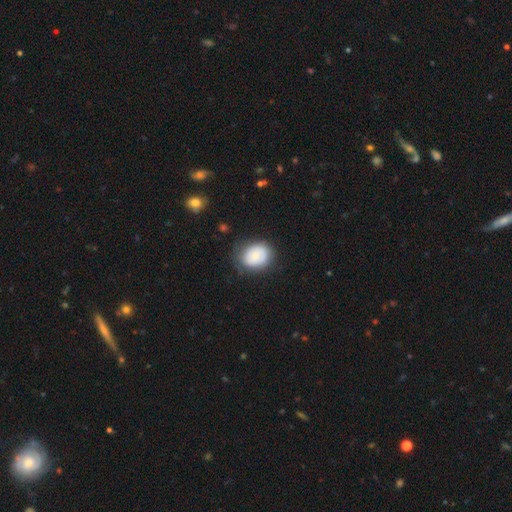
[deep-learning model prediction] Smooth or featured: smooth — 68% (featured or disk — 25%)
How rounded: round — 51% (in between — 48%)
Merging: none — 70% (minor disturbance — 21%)